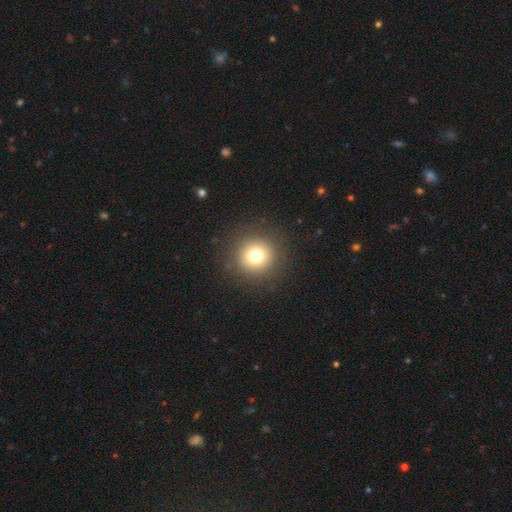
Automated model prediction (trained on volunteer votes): smooth-or-featured: smooth: 76% | star or artifact: 14% | featured or disk: 10%
  how-rounded: round: 95% | in between: 4% | cigar-shaped: 1%
  merging: none: 90% | minor disturbance: 6% | major disturbance: 3% | merger: 1%